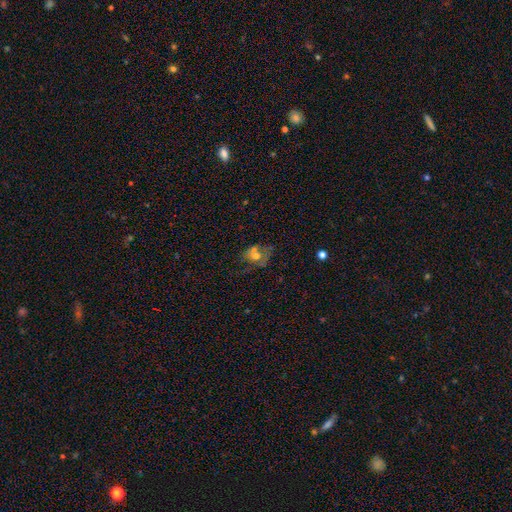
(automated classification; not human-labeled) Smooth or featured? Predicted: smooth (p=0.47). Merging? Predicted: merger (p=0.34).